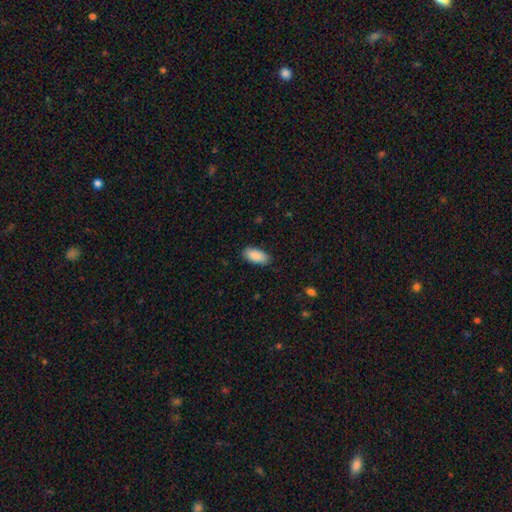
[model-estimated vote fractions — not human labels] This is clearly a smooth galaxy (90%). How rounded: clearly in between (90%). Merging: clearly none (85%).